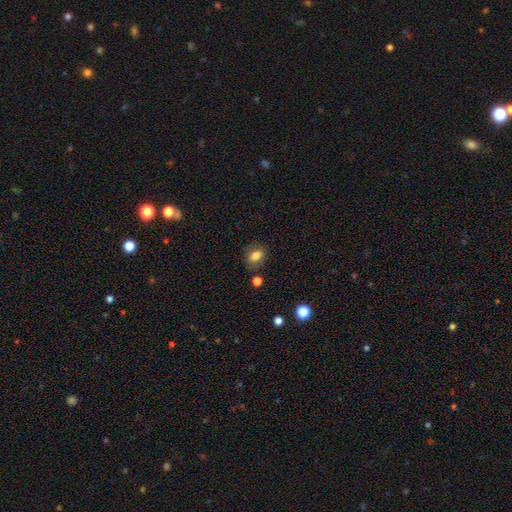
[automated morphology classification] Q: Smooth or featured?
A: smooth (79%); runner-up: featured or disk (11%)
Q: How rounded?
A: in between (74%); runner-up: round (23%)
Q: Merging?
A: none (78%); runner-up: minor disturbance (14%)